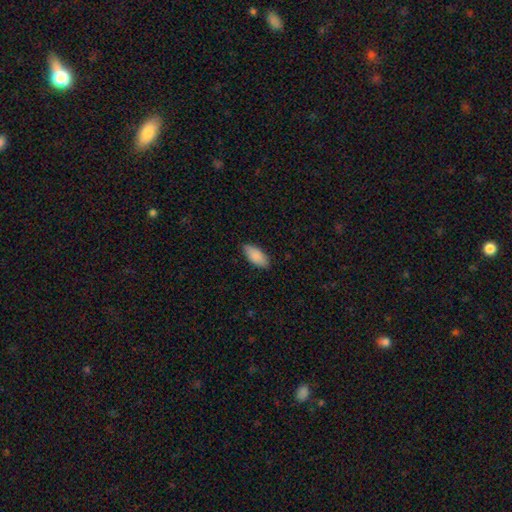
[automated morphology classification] smooth_or_featured: smooth (p=0.88) [alt: star or artifact p=0.06]
how_rounded: in between (p=0.89) [alt: cigar-shaped p=0.10]
merging: none (p=0.84) [alt: minor disturbance p=0.13]